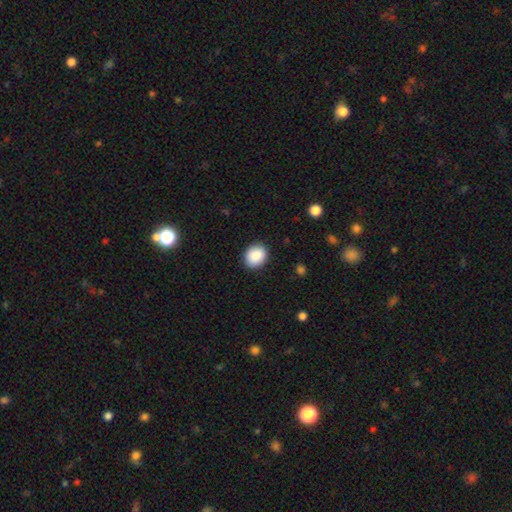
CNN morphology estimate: Smooth or featured? Predicted: smooth (p=0.88). How rounded? Predicted: round (p=0.67). Merging? Predicted: none (p=0.90).